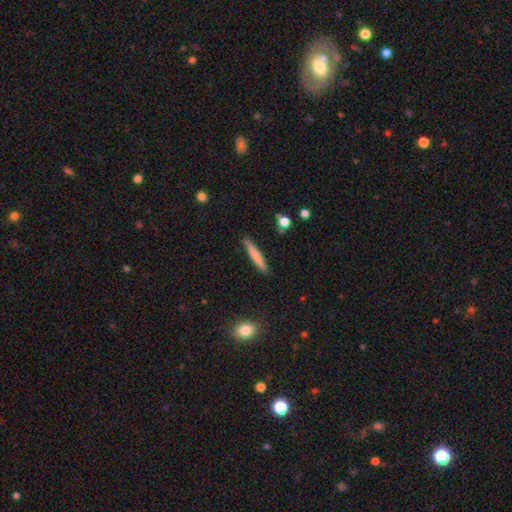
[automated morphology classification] smooth_or_featured: smooth (p=0.73) [alt: featured or disk p=0.21]
how_rounded: cigar-shaped (p=0.95) [alt: in between p=0.04]
merging: none (p=0.90) [alt: minor disturbance p=0.07]